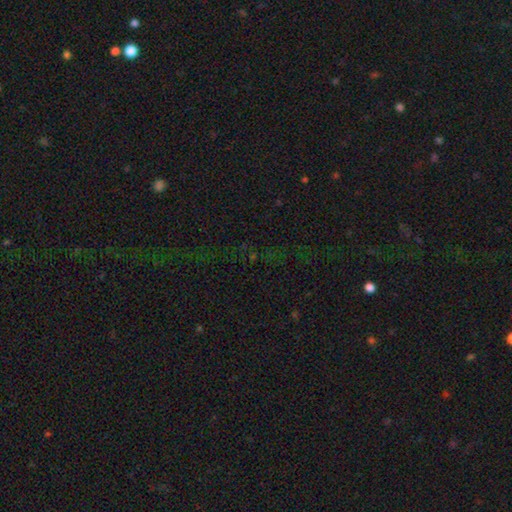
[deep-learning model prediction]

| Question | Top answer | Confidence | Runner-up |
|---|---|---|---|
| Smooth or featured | star or artifact | 76% | smooth (14%) |